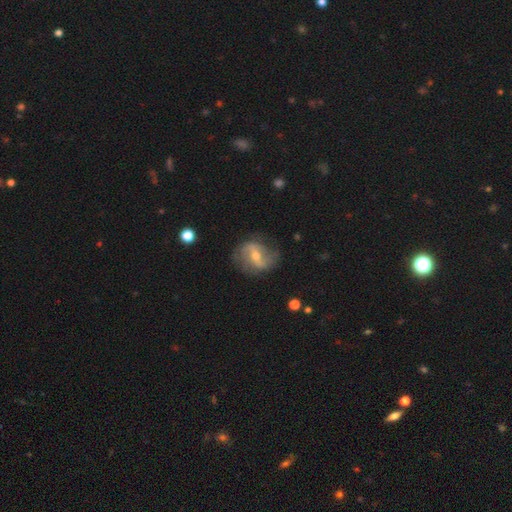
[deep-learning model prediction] Smooth or featured: featured or disk — 79% (smooth — 15%)
Edge-on disk: no — 96% (yes — 4%)
Bar: weak — 45% (strong — 36%)
Spiral arms: yes — 88% (no — 12%)
Spiral winding: loose — 53% (medium — 35%)
Spiral arm count: 2 — 88% (can't tell — 6%)
Bulge size: moderate — 57% (small — 37%)
Merging: none — 73% (minor disturbance — 17%)